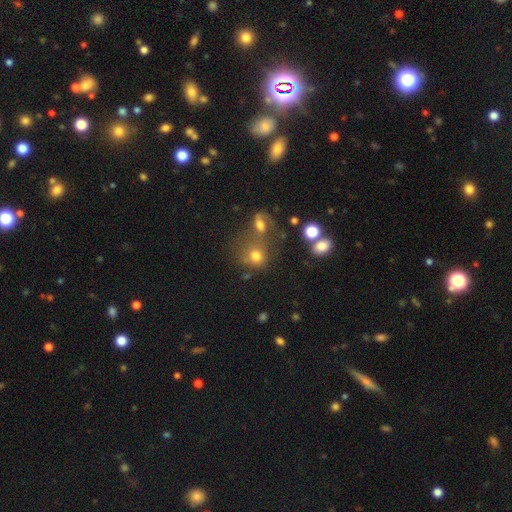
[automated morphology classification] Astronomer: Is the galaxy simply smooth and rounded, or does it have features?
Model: smooth — 71%.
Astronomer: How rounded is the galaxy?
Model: round — 72%.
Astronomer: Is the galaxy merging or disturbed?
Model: merger — 41% (runner-up: none, 38%).